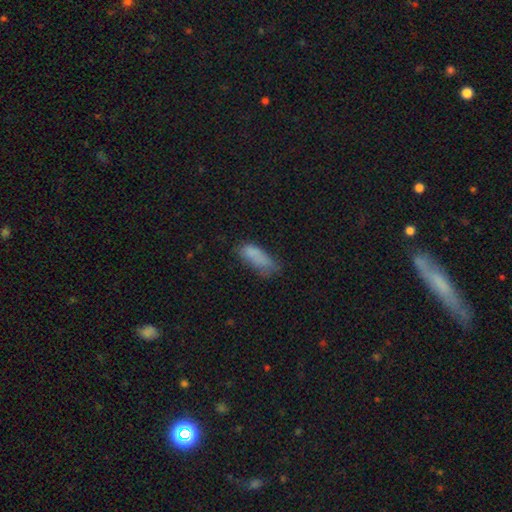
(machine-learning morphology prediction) Smooth or featured? Predicted: smooth (p=0.79). How rounded? Predicted: in between (p=0.72). Merging? Predicted: none (p=0.42).